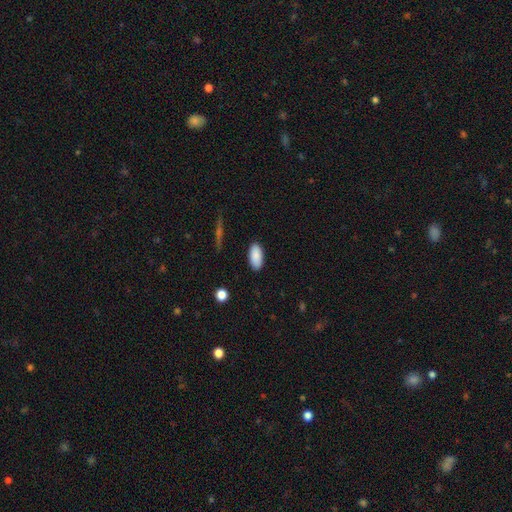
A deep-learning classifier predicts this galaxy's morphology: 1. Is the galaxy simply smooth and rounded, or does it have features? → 89% smooth, 7% star or artifact, 4% featured or disk.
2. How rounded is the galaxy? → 92% in between, 6% cigar-shaped, 2% round.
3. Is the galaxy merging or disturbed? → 87% none, 9% minor disturbance, 2% major disturbance, 1% merger.